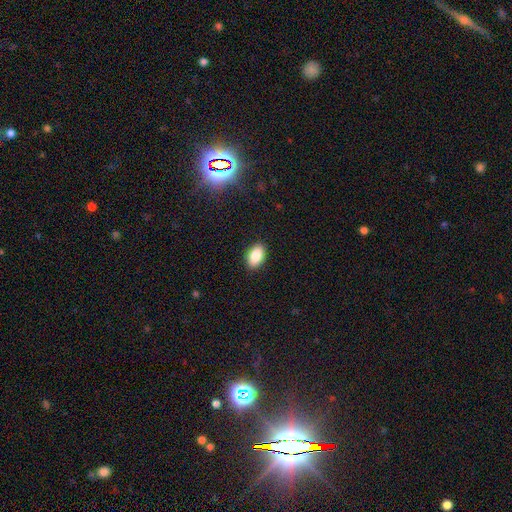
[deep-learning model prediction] This is clearly a smooth galaxy (87%). How rounded: clearly in between (92%). Merging: clearly none (89%).